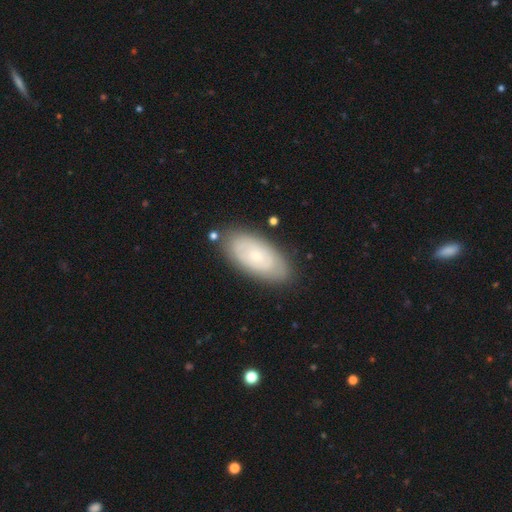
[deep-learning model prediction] smooth-or-featured: featured or disk: 50% | smooth: 44% | star or artifact: 6%
  merging: none: 82% | minor disturbance: 13% | major disturbance: 3% | merger: 2%